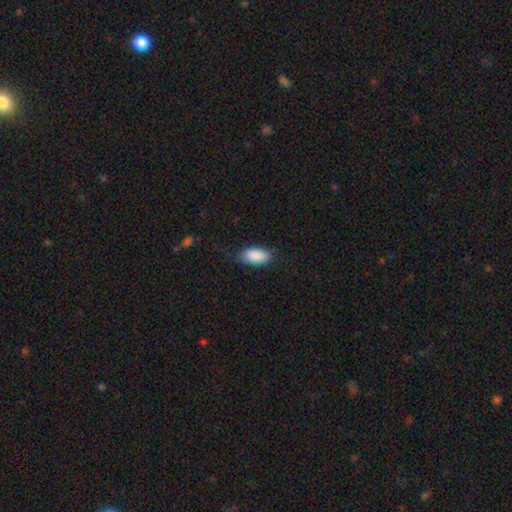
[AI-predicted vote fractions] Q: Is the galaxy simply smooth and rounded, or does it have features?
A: smooth — 89%.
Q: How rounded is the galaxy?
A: in between — 92%.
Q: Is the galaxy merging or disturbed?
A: none — 76%.